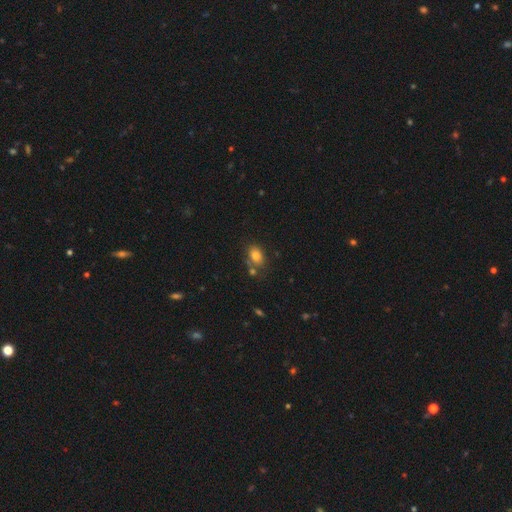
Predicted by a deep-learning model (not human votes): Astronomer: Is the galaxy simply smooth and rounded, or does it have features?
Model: smooth — 80%.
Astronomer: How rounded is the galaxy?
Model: in between — 76%.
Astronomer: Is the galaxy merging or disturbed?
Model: none — 64%.